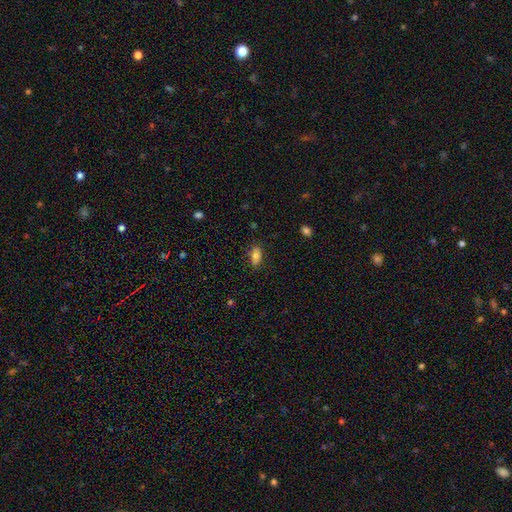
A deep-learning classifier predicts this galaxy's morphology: A smooth galaxy with no disk features (78%) that is in between round and cigar-shaped (89%).

Vote fractions:
- Smooth or featured? smooth: 78% / featured or disk: 14% / star or artifact: 9%
- How rounded? in between: 89% / cigar-shaped: 6% / round: 5%
- Merging? none: 82% / minor disturbance: 14% / major disturbance: 3% / merger: 1%